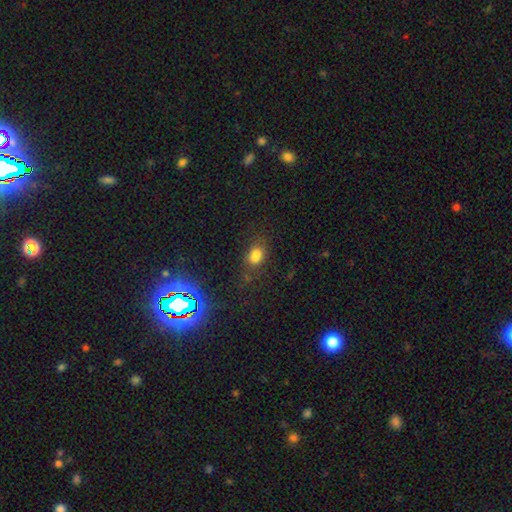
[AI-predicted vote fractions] The model was most divided on "merging": none: 64%, minor disturbance: 19%, major disturbance: 9%, merger: 7%. More confident: how rounded — in between (74%); smooth or featured — smooth (72%).